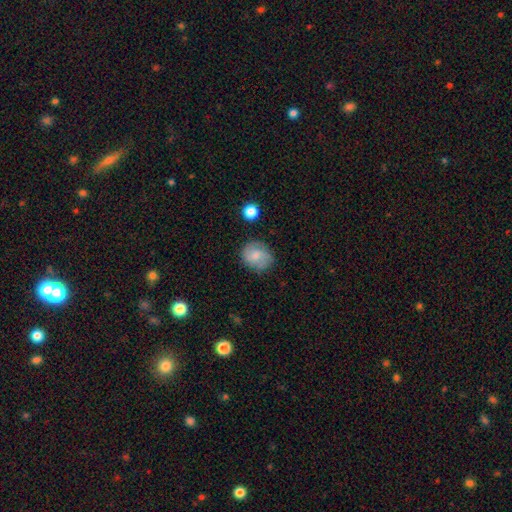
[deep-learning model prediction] Smooth or featured? smooth (67%)
How rounded? round (63%)
Merging? none (71%)